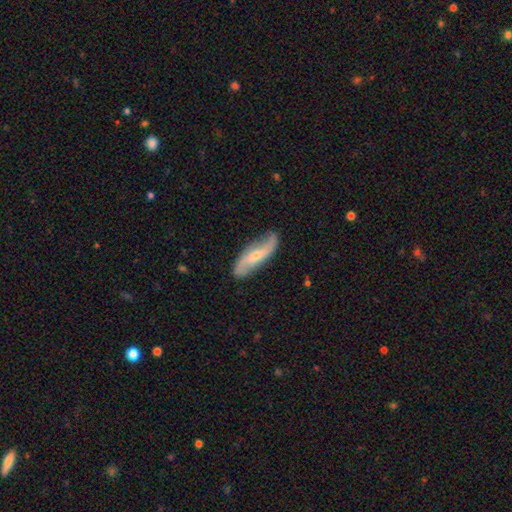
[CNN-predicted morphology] The model was most divided on "bar": no: 48%, weak: 34%, strong: 19%. More confident: spiral arms — yes (93%); spiral arm count — 2 (91%); edge-on disk — no (86%); merging — none (79%); spiral winding — loose (79%); smooth or featured — featured or disk (72%); bulge size — small (66%).